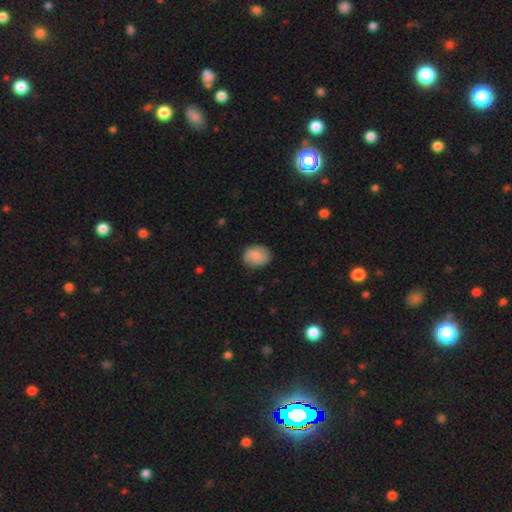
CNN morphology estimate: Q: Smooth or featured?
A: smooth (75%); runner-up: featured or disk (17%)
Q: How rounded?
A: round (62%); runner-up: in between (37%)
Q: Merging?
A: none (83%); runner-up: minor disturbance (12%)